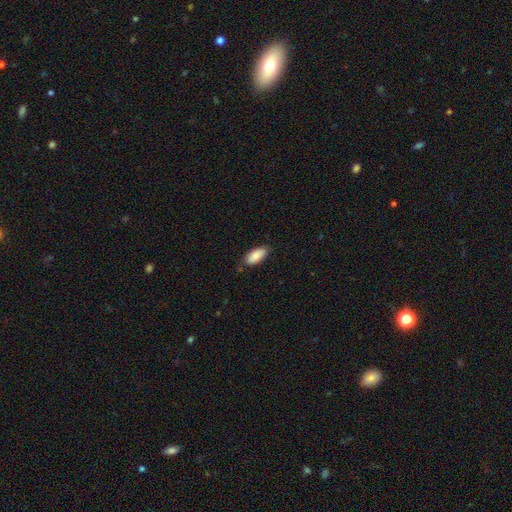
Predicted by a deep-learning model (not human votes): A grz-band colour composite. It shows a smooth galaxy with no disk features (87%) that is in between round and cigar-shaped (87%). Merging: none (79%).